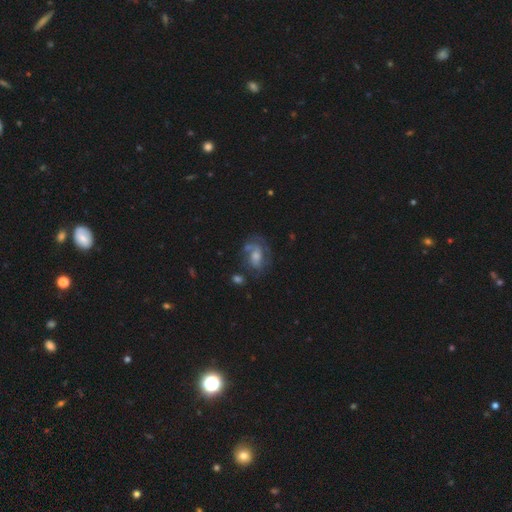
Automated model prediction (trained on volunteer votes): Morphology: type=featured or disk (65%); edge-on=no (97%); bar=no (61%); spiral arms=yes (77%); bulge=moderate (42%); merging=none (51%).